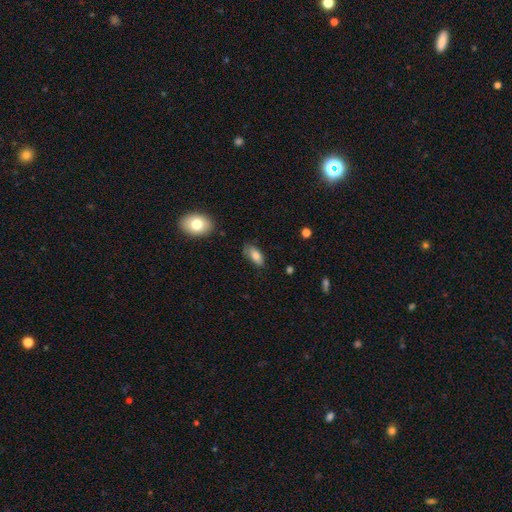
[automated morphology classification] Q: Smooth or featured?
A: smooth (79%); runner-up: featured or disk (13%)
Q: How rounded?
A: in between (87%); runner-up: cigar-shaped (9%)
Q: Merging?
A: none (68%); runner-up: minor disturbance (25%)